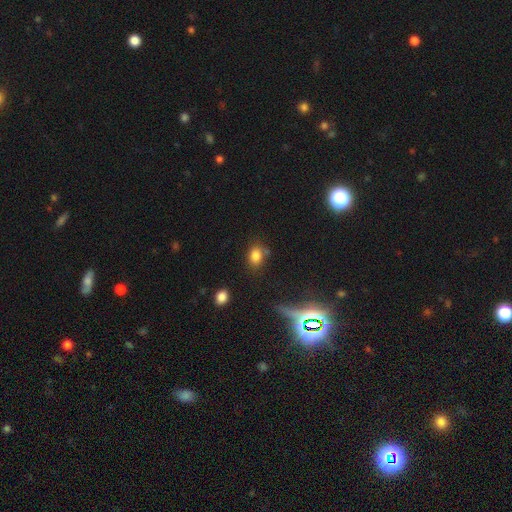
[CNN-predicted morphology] Smooth or featured? Predicted: smooth (p=0.80). How rounded? Predicted: in between (p=0.66). Merging? Predicted: none (p=0.70).